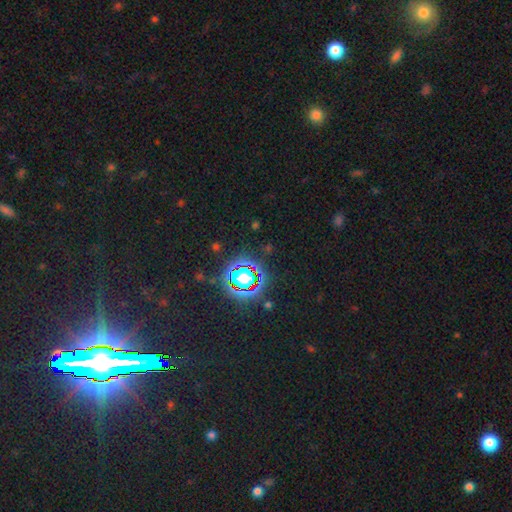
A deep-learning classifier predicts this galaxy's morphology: smooth_or_featured: star or artifact (p=0.83) [alt: smooth p=0.09]